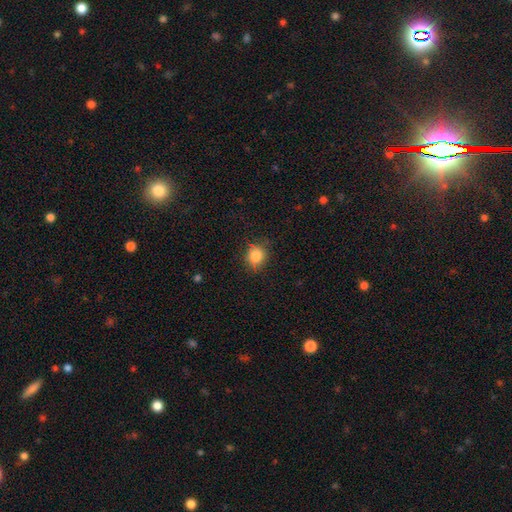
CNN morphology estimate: Smooth or featured?
  - smooth: 84% *
  - star or artifact: 10%
  - featured or disk: 5%
How rounded?
  - round: 74% *
  - in between: 25%
  - cigar-shaped: 1%
Merging?
  - none: 78% *
  - minor disturbance: 17%
  - major disturbance: 4%
  - merger: 1%